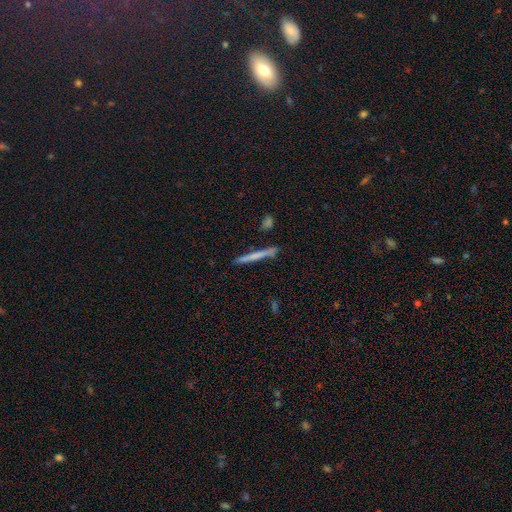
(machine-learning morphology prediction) Smooth or featured? Predicted: smooth (p=0.58). How rounded? Predicted: cigar-shaped (p=0.96). Merging? Predicted: none (p=0.86).